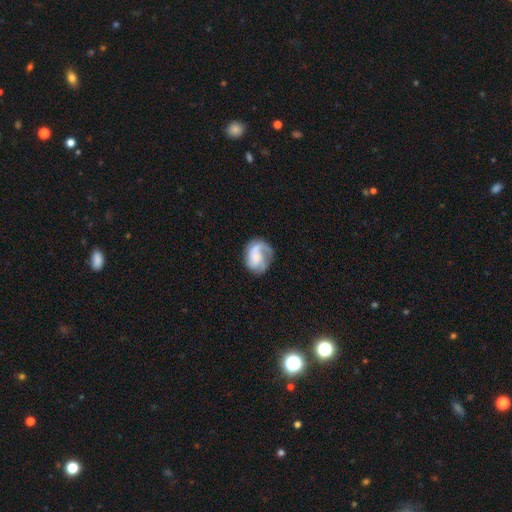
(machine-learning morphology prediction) Q: Smooth or featured?
A: featured or disk (63%); runner-up: smooth (30%)
Q: Edge-on disk?
A: no (98%); runner-up: yes (2%)
Q: Bar?
A: no (67%); runner-up: weak (27%)
Q: Spiral arms?
A: yes (88%); runner-up: no (12%)
Q: Spiral winding?
A: medium (40%); runner-up: loose (32%)
Q: Spiral arm count?
A: 1 (38%); runner-up: 2 (32%)
Q: Bulge size?
A: small (43%); runner-up: moderate (25%)
Q: Merging?
A: none (54%); runner-up: minor disturbance (23%)